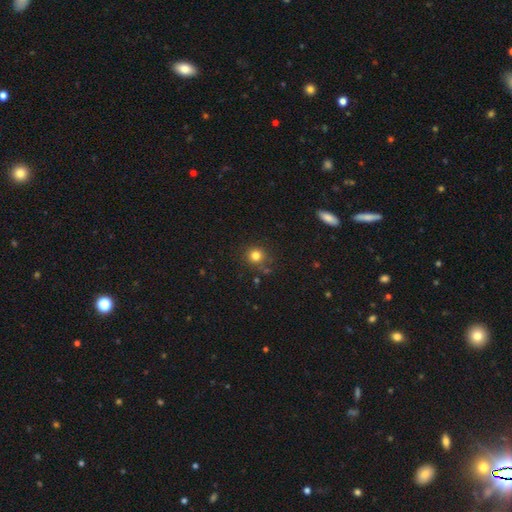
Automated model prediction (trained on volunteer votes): A smooth galaxy with no disk features (80%) that is round (90%).

Vote fractions:
- Smooth or featured? smooth: 80% / star or artifact: 14% / featured or disk: 6%
- How rounded? round: 90% / in between: 9% / cigar-shaped: 1%
- Merging? none: 80% / minor disturbance: 12% / merger: 5% / major disturbance: 4%